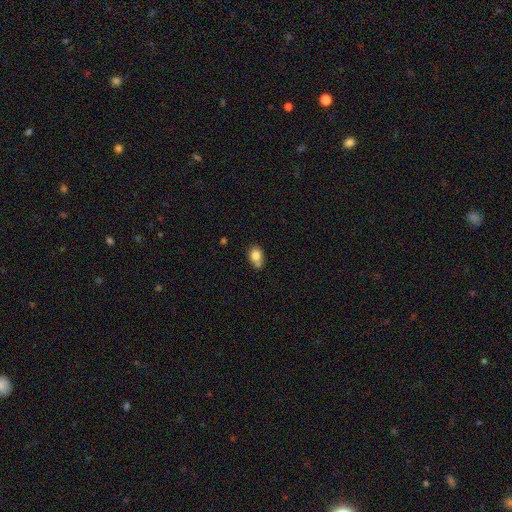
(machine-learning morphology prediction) smooth_or_featured: smooth (p=0.81) [alt: featured or disk p=0.10]
how_rounded: in between (p=0.60) [alt: round p=0.38]
merging: none (p=0.51) [alt: merger p=0.22]